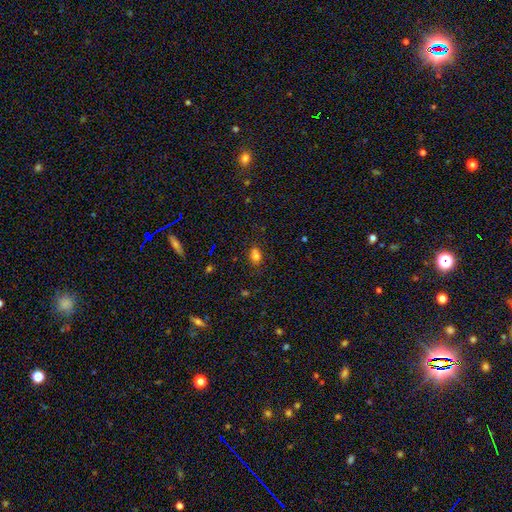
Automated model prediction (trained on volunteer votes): A smooth galaxy with no disk features (71%) that is in between round and cigar-shaped (56%). Merging: none (60%).